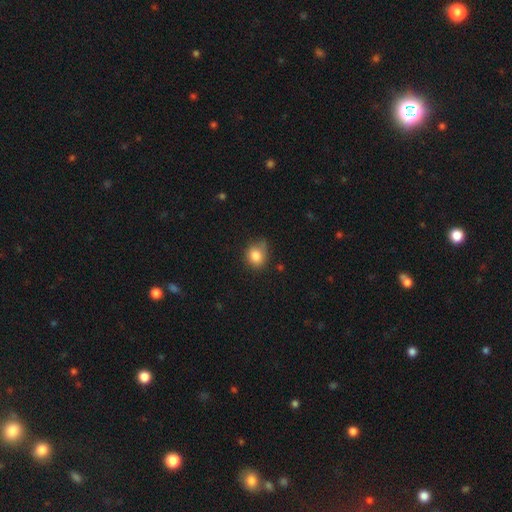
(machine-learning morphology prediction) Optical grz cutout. It shows a smooth galaxy with no disk features (84%) that is round (69%). Merging: none (58%).